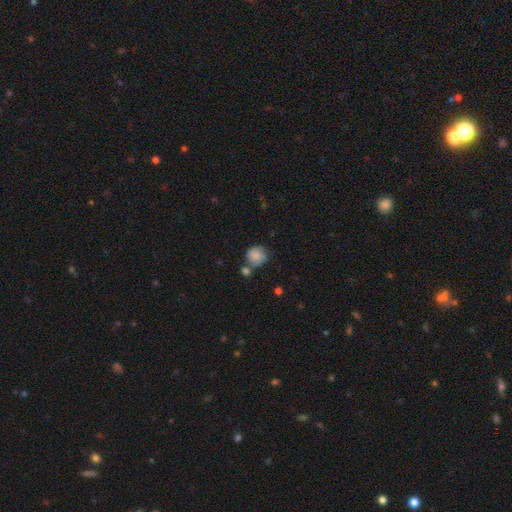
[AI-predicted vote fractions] Smooth or featured? smooth (83%)
How rounded? round (84%)
Merging? none (54%)